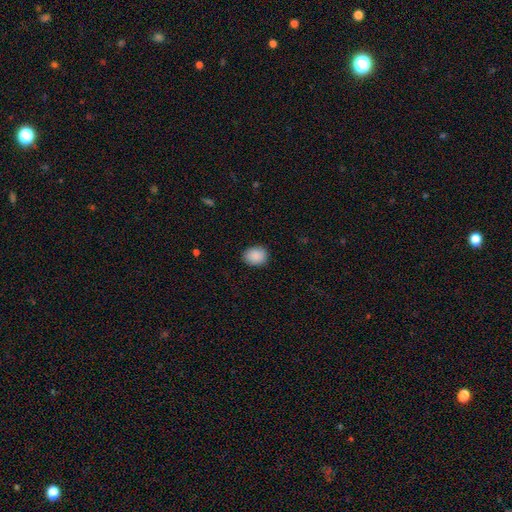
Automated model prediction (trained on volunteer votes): smooth 90%, star or artifact 7%, featured or disk 3%. Down the decision tree: how rounded — round (55%); merging — none (88%).